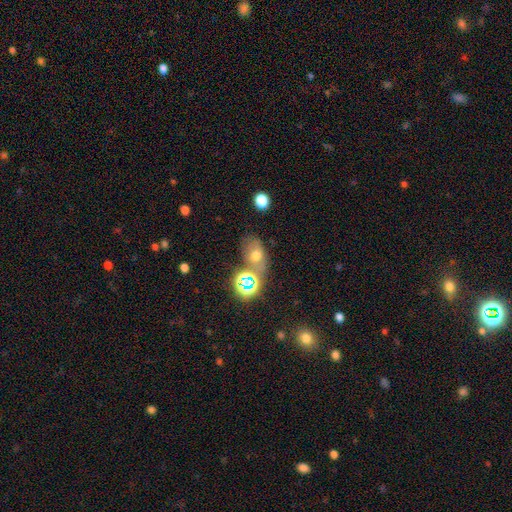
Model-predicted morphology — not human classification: This appears to be a smooth galaxy with no disk features (50%). Merging: none (53%).